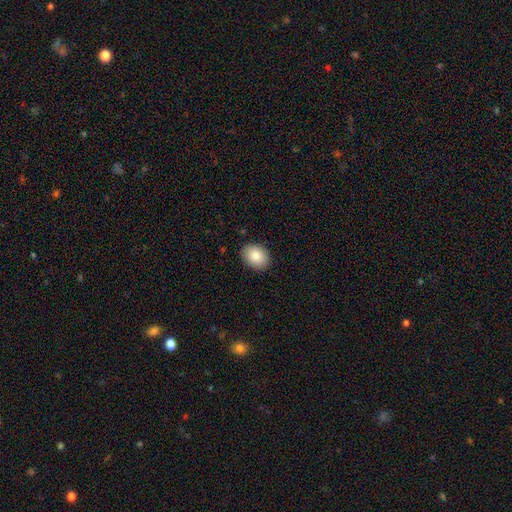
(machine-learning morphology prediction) This appears to be a smooth galaxy with no disk features (86%) that is in between round and cigar-shaped (69%). Merging: none (89%).